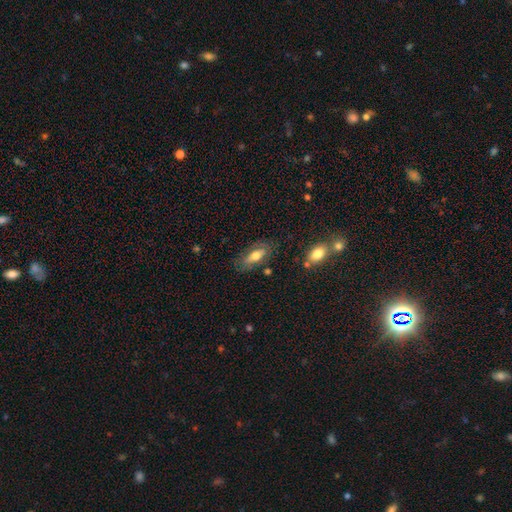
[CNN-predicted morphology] Overall: smooth (62%; featured or disk 31%). How rounded: in between (77%). Merging: none (72%).